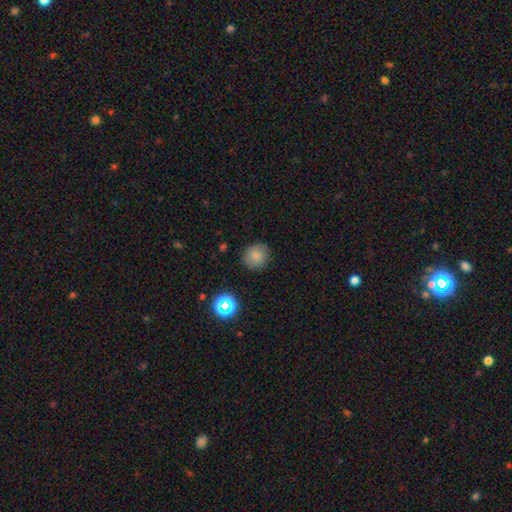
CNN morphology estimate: smooth 82%, star or artifact 13%, featured or disk 6%. Down the decision tree: how rounded — round (90%); merging — none (88%).